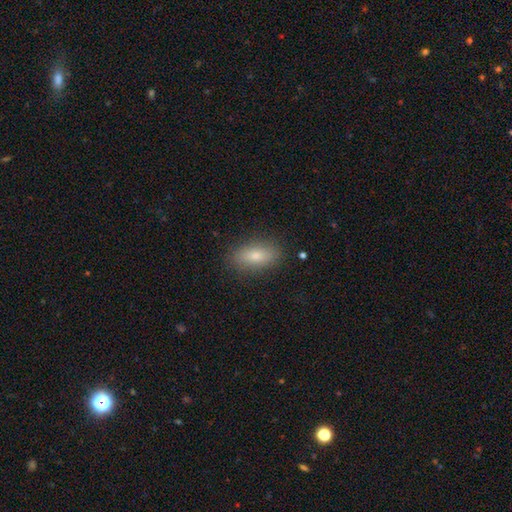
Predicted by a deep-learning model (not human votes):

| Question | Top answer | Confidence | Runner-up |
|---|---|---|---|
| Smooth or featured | smooth | 79% | featured or disk (13%) |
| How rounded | in between | 83% | cigar-shaped (12%) |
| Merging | none | 86% | minor disturbance (10%) |